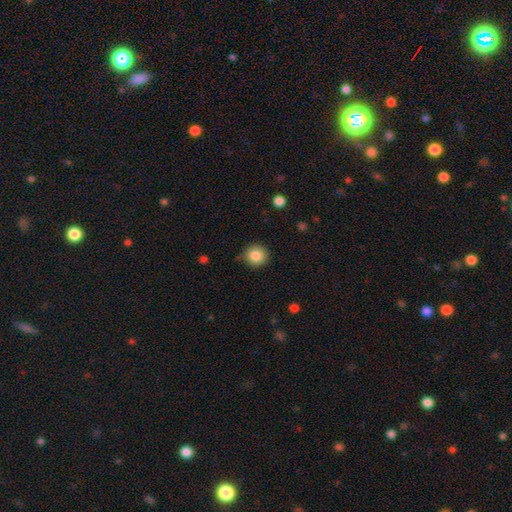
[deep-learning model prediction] Q: Smooth or featured?
A: smooth (85%); runner-up: star or artifact (9%)
Q: How rounded?
A: round (90%); runner-up: in between (9%)
Q: Merging?
A: none (87%); runner-up: minor disturbance (10%)